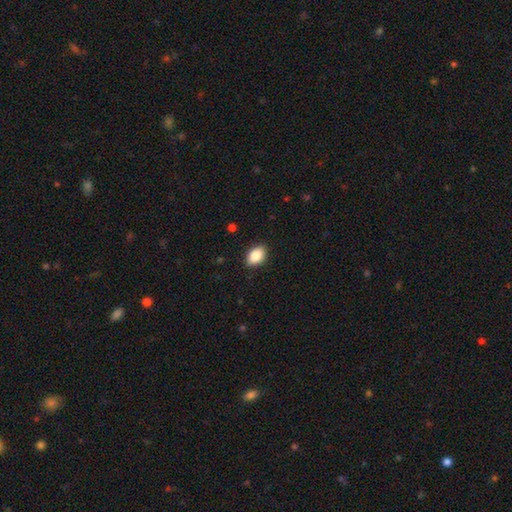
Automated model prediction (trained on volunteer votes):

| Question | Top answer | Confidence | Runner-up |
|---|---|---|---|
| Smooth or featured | smooth | 87% | star or artifact (7%) |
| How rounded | in between | 88% | round (11%) |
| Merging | none | 89% | minor disturbance (8%) |